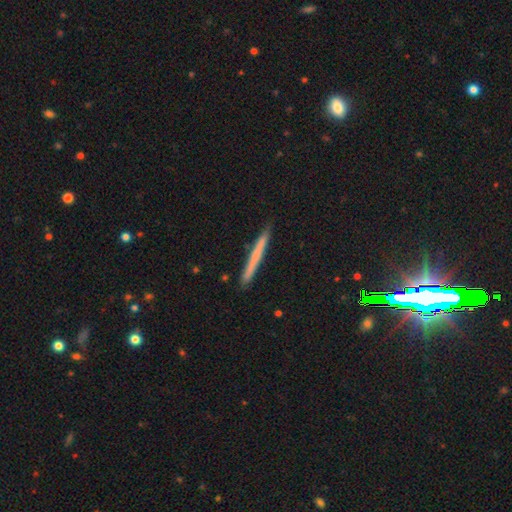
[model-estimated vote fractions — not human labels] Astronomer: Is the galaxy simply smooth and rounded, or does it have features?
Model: smooth — 57% (runner-up: featured or disk, 36%).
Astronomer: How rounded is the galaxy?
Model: cigar-shaped — 97%.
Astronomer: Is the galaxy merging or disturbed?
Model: none — 90%.